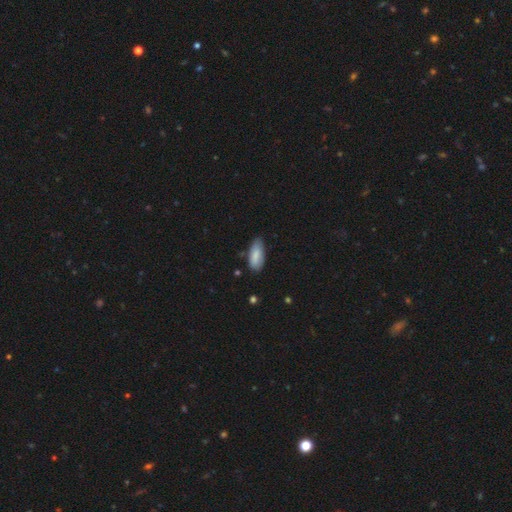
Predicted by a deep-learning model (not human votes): Smooth or featured: smooth — 84% (featured or disk — 10%)
How rounded: in between — 83% (cigar-shaped — 16%)
Merging: none — 70% (minor disturbance — 25%)